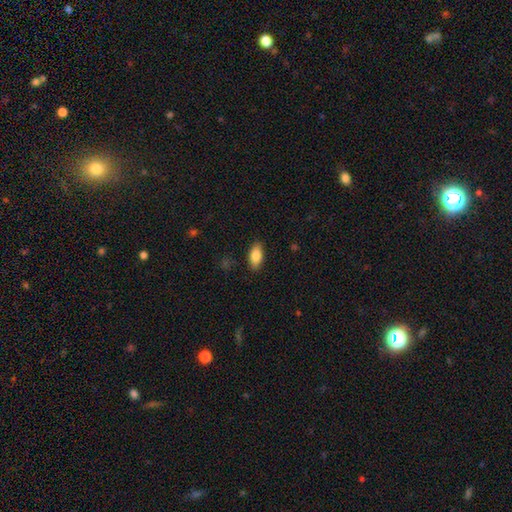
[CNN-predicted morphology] Smooth or featured? smooth (83%)
How rounded? in between (87%)
Merging? none (88%)